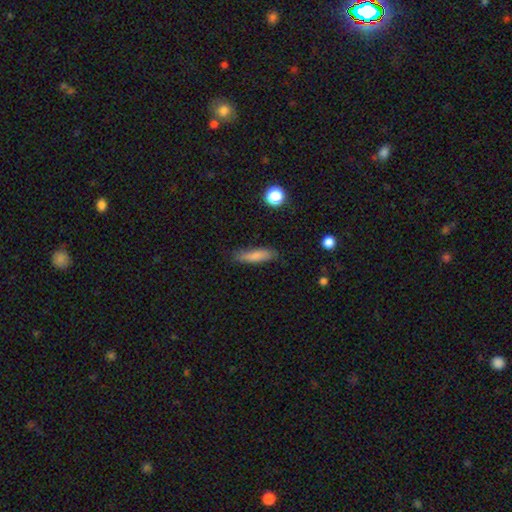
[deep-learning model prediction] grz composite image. It shows a smooth galaxy with no disk features (82%) that is cigar-shaped (69%). Merging: none (80%).